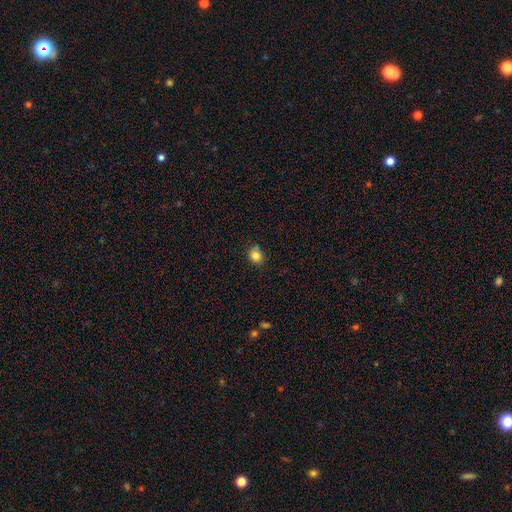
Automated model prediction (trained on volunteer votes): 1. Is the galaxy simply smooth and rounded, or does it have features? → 83% smooth, 11% star or artifact, 6% featured or disk.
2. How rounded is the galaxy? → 73% round, 26% in between, 1% cigar-shaped.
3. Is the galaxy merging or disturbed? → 77% none, 18% minor disturbance, 3% major disturbance, 2% merger.